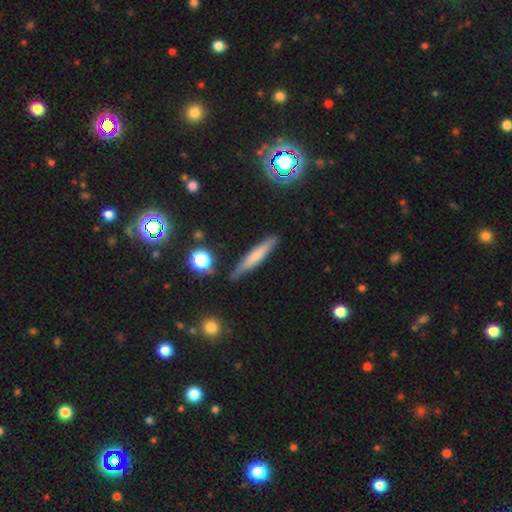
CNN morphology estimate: Smooth or featured? smooth (58%)
How rounded? cigar-shaped (91%)
Merging? none (82%)